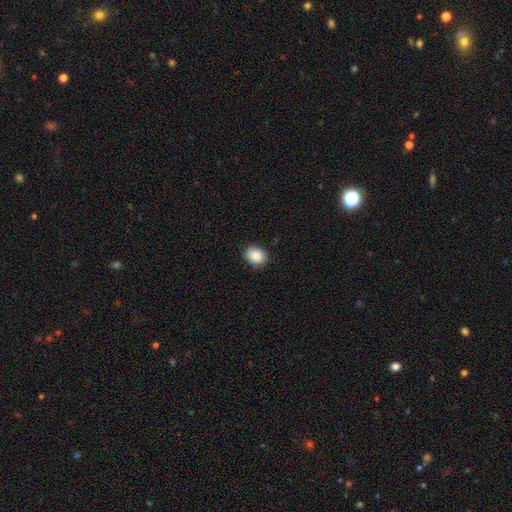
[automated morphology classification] type=smooth (88%); roundness=in between (50%); merging=none (87%).